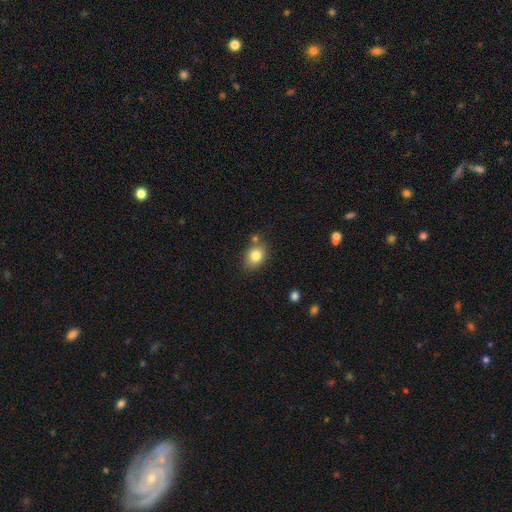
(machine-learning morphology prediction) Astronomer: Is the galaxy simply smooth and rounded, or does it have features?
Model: smooth — 82%.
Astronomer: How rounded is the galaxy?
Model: in between — 61% (runner-up: round, 38%).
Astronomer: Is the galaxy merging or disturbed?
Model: none — 74%.